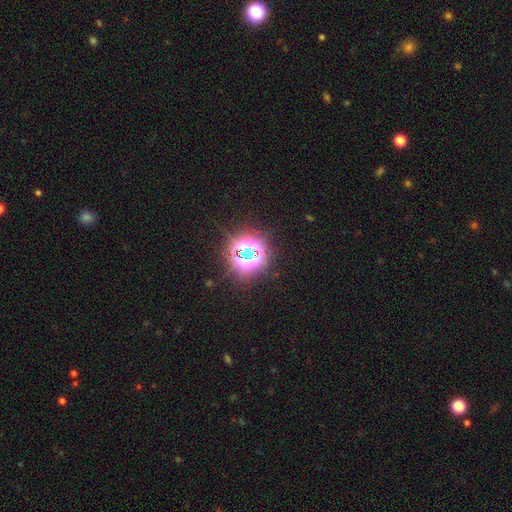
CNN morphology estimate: Smooth or featured: star or artifact — 78% (smooth — 14%)